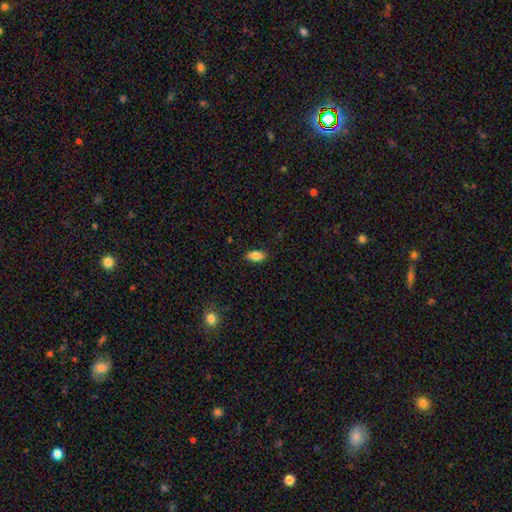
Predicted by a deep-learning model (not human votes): Morphology: type=smooth (86%); roundness=in between (90%); merging=none (87%).